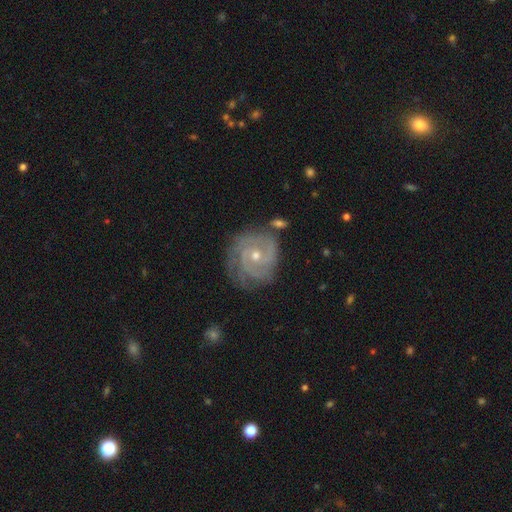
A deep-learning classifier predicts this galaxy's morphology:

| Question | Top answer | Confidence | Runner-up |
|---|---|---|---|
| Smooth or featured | featured or disk | 88% | smooth (6%) |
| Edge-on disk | no | 98% | yes (2%) |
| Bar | no | 72% | weak (23%) |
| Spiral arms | yes | 97% | no (3%) |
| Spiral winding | tight | 73% | medium (23%) |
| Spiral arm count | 3 | 38% | 2 (25%) |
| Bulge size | small | 50% | moderate (47%) |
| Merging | none | 68% | minor disturbance (21%) |